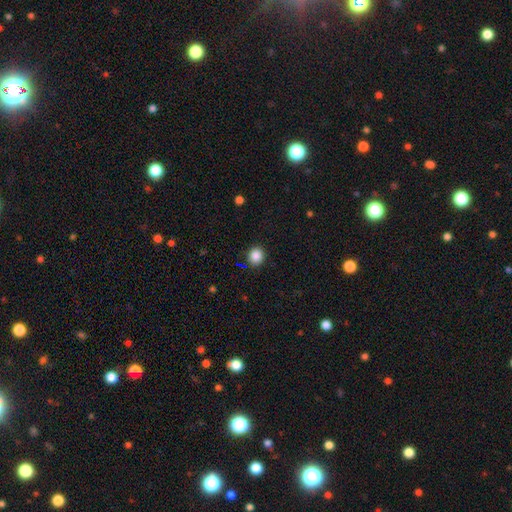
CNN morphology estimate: Q: Smooth or featured?
A: smooth (86%); runner-up: star or artifact (10%)
Q: How rounded?
A: round (79%); runner-up: in between (20%)
Q: Merging?
A: none (88%); runner-up: minor disturbance (8%)